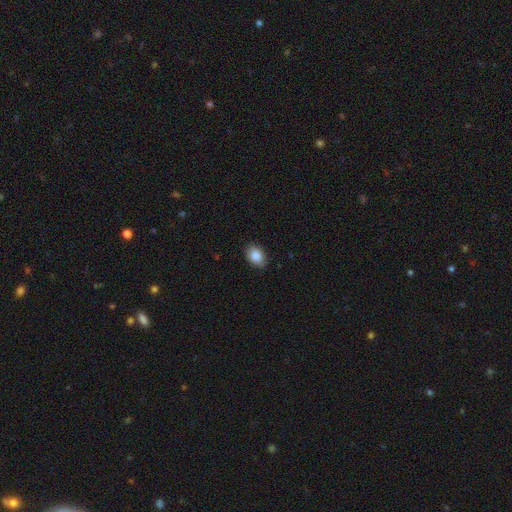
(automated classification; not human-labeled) This appears to be a smooth galaxy with no disk features (86%) that is in between round and cigar-shaped (82%). Merging: none (87%).